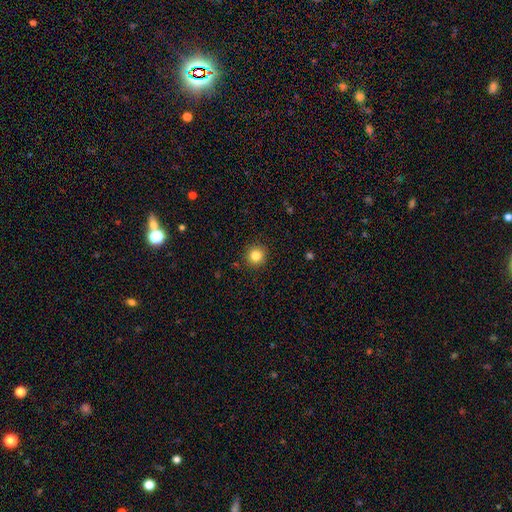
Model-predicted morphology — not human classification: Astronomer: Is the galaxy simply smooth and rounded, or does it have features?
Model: smooth — 83%.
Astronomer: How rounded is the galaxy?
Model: round — 93%.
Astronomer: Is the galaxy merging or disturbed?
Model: none — 92%.